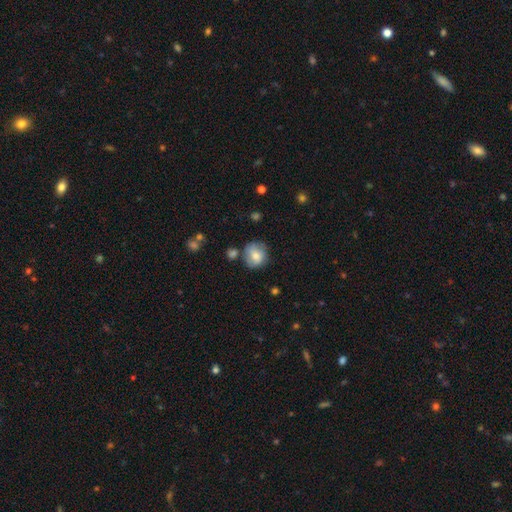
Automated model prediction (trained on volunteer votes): This appears to be a smooth galaxy with no disk features (69%) that is round (79%). Merging: none (64%).